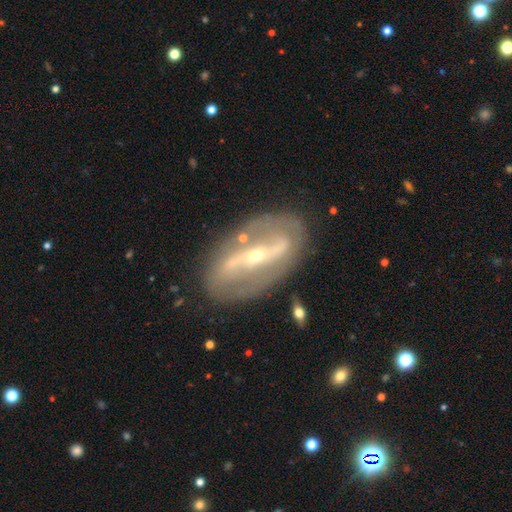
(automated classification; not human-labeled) smooth-or-featured: featured or disk: 86% | smooth: 8% | star or artifact: 6%
  disk-edge-on: no: 89% | yes: 11%
    bar: strong: 72% | weak: 17% | no: 11%
    has-spiral-arms: yes: 74% | no: 26%
      spiral-winding: medium: 37% | loose: 33% | tight: 30%
      spiral-arm-count: 2: 85% | can't tell: 9% | 1: 2% | 3: 1% | 4: 1% | more than 4: 1%
    bulge-size: small: 67% | moderate: 30% | large: 1% | none: 1% | dominant: 1%
  merging: none: 82% | minor disturbance: 12% | major disturbance: 5% | merger: 2%